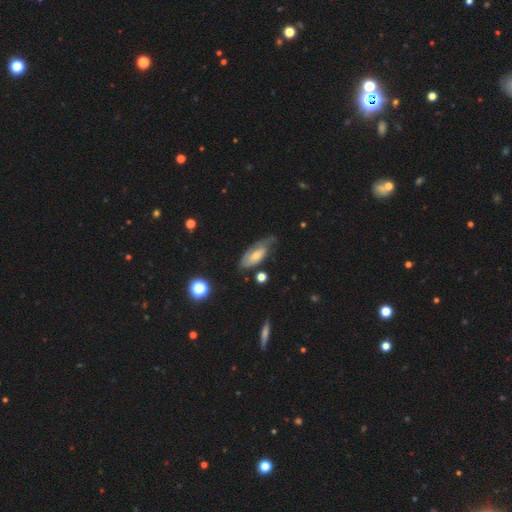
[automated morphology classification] Overall: featured or disk (47%; smooth 46%). Merging: none (41%; minor disturbance 36%).